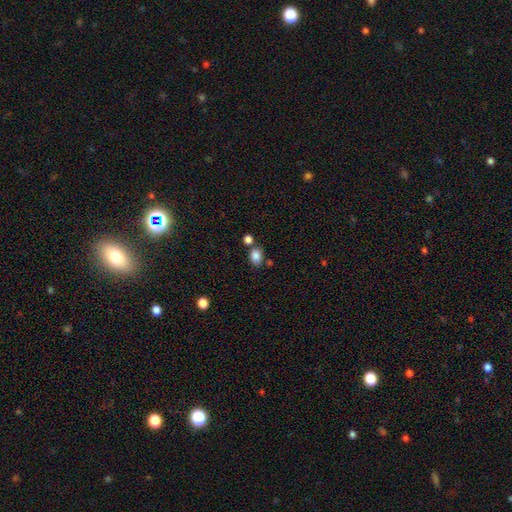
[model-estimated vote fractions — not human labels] smooth 85%, star or artifact 10%, featured or disk 5%. Down the decision tree: how rounded — in between (63%); merging — none (69%).